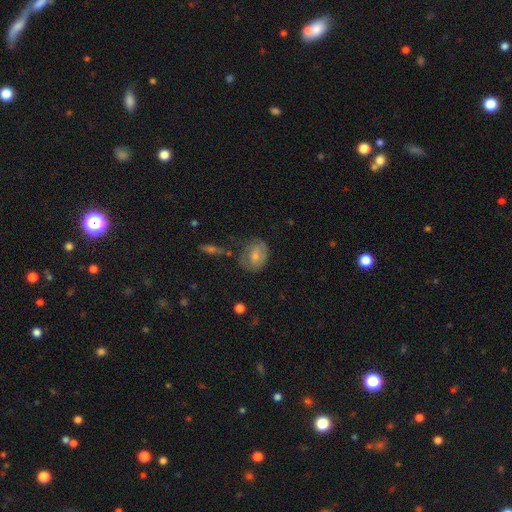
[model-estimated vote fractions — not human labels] Q: Smooth or featured?
A: smooth (56%); runner-up: featured or disk (37%)
Q: How rounded?
A: in between (50%); runner-up: round (48%)
Q: Merging?
A: none (58%); runner-up: minor disturbance (26%)